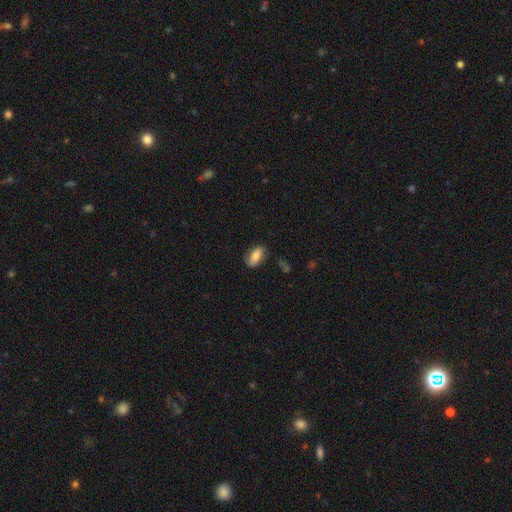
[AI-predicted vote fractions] smooth_or_featured: smooth (p=0.73) [alt: featured or disk p=0.20]
how_rounded: in between (p=0.88) [alt: cigar-shaped p=0.07]
merging: none (p=0.76) [alt: minor disturbance p=0.18]